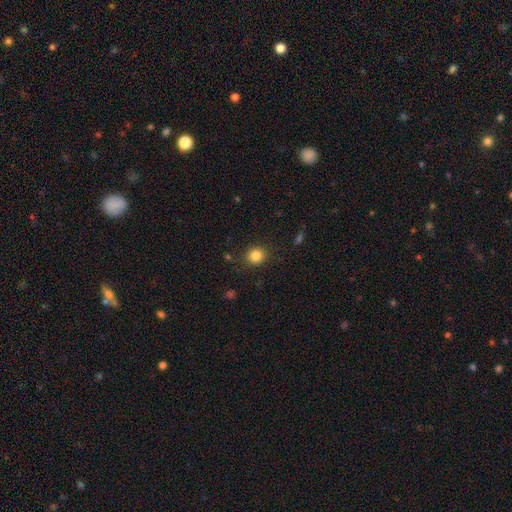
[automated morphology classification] Smooth or featured?
  - smooth: 84% *
  - star or artifact: 11%
  - featured or disk: 5%
How rounded?
  - round: 83% *
  - in between: 16%
  - cigar-shaped: 1%
Merging?
  - none: 87% *
  - minor disturbance: 9%
  - major disturbance: 3%
  - merger: 1%